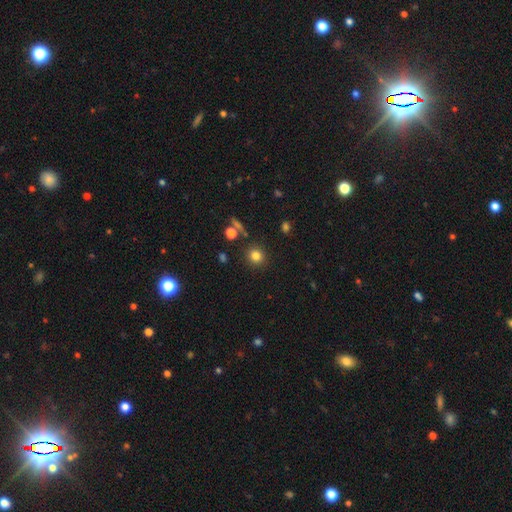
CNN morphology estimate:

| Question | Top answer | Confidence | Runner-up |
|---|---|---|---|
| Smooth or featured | smooth | 80% | star or artifact (13%) |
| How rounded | round | 90% | in between (9%) |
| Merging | none | 87% | minor disturbance (7%) |